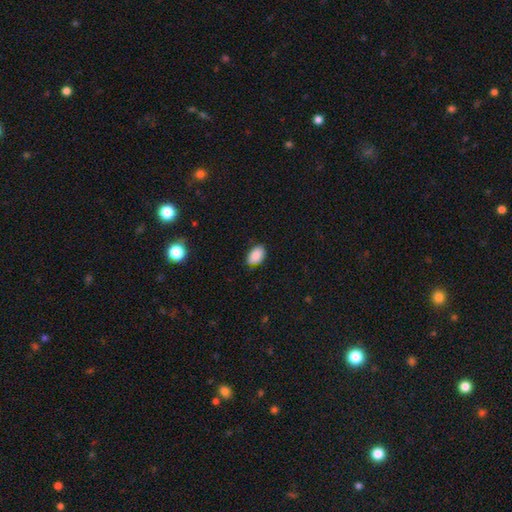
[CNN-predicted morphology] This appears to be a smooth galaxy with no disk features (87%) that is in between round and cigar-shaped (91%). Merging: none (77%).